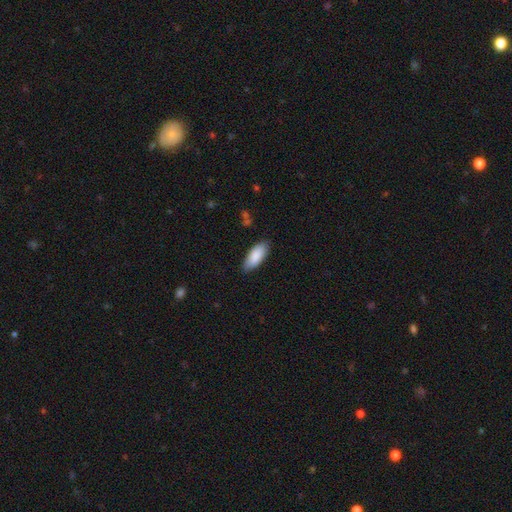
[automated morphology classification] The model was most divided on "how rounded": in between: 82%, cigar-shaped: 17%, round: 2%. More confident: smooth or featured — smooth (88%); merging — none (84%).